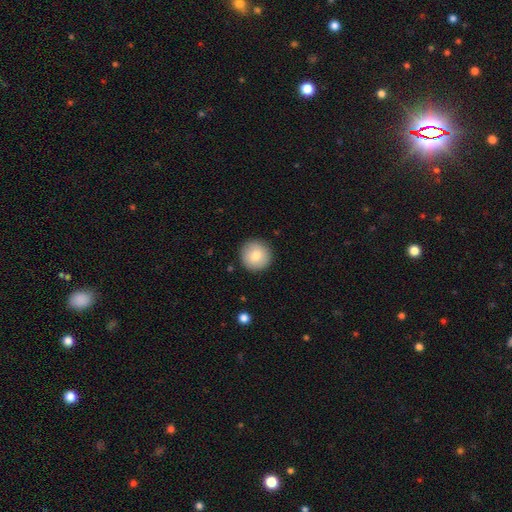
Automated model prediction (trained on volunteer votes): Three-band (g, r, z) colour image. It shows a smooth galaxy with no disk features (82%) that is round (95%). Merging: none (91%).